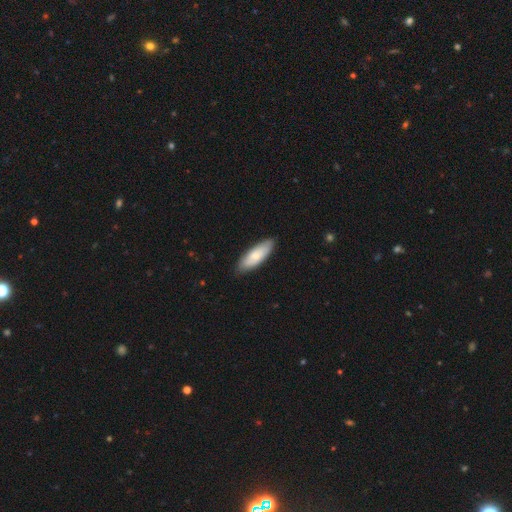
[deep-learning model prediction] Smooth or featured? Predicted: smooth (p=0.71). How rounded? Predicted: in between (p=0.60). Merging? Predicted: none (p=0.85).